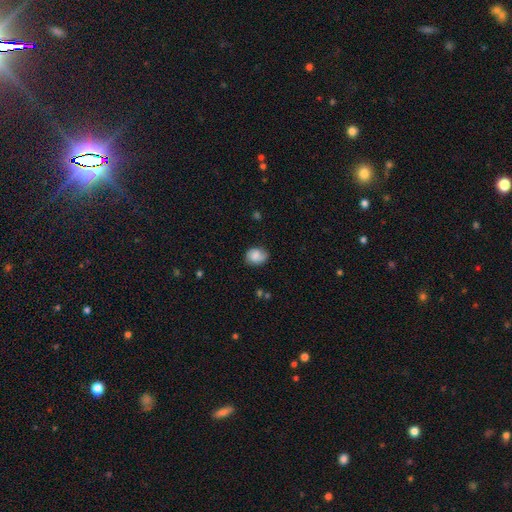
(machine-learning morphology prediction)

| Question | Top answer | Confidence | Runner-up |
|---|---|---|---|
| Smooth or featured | smooth | 70% | featured or disk (21%) |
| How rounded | round | 50% | in between (49%) |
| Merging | none | 68% | minor disturbance (24%) |